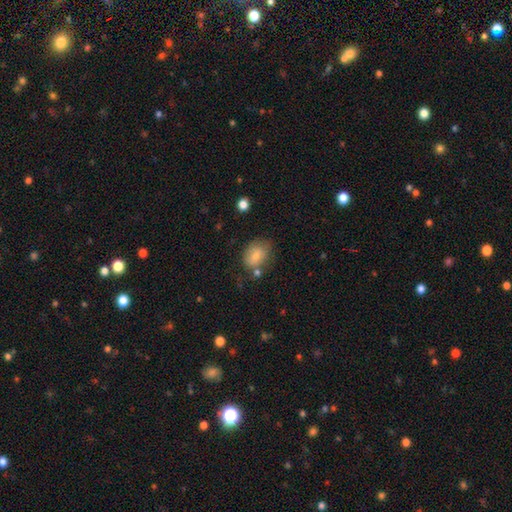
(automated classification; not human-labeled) smooth_or_featured: smooth (p=0.79) [alt: featured or disk p=0.13]
how_rounded: in between (p=0.73) [alt: round p=0.25]
merging: none (p=0.59) [alt: minor disturbance p=0.24]